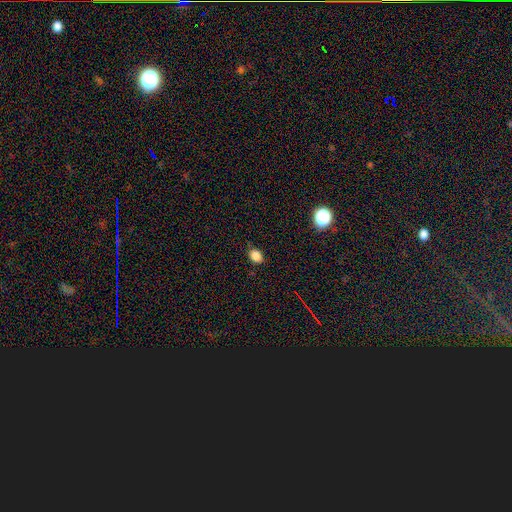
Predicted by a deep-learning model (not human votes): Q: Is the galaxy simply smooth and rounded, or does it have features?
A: smooth — 84%.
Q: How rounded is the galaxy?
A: in between — 58%.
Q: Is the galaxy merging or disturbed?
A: none — 80%.